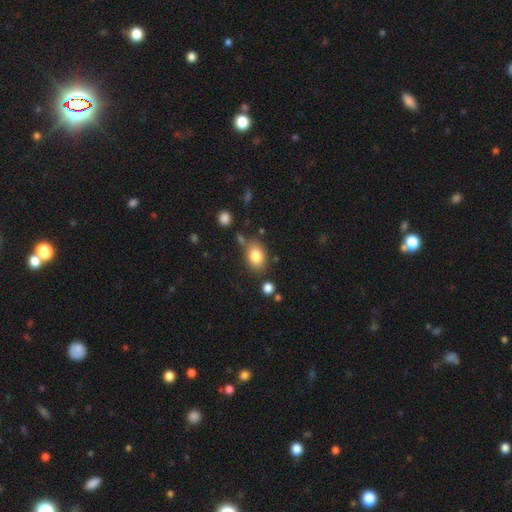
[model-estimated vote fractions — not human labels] Smooth or featured? Predicted: smooth (p=0.82). How rounded? Predicted: in between (p=0.70). Merging? Predicted: none (p=0.74).